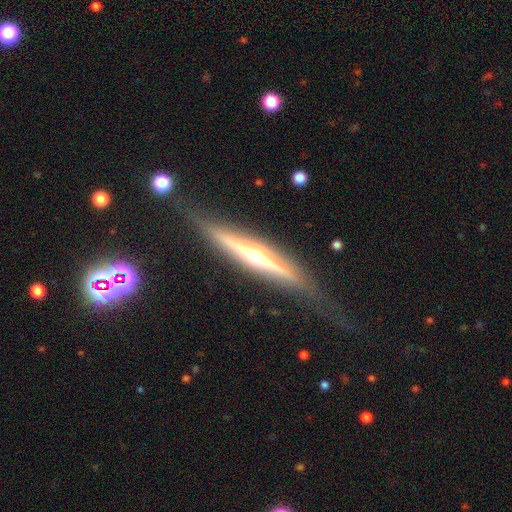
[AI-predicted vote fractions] The model was most divided on "merging": none: 75%, minor disturbance: 17%, major disturbance: 6%, merger: 2%. More confident: edge-on disk — yes (96%); edge-on bulge — rounded (87%); smooth or featured — featured or disk (77%).